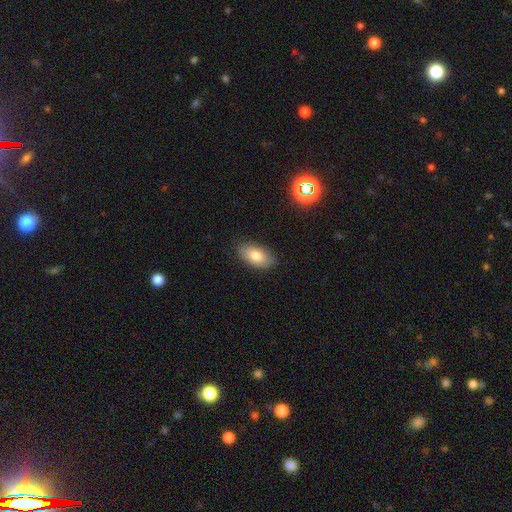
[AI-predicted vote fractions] This is likely a smooth galaxy (80%). How rounded: clearly in between (93%). Merging: clearly none (84%).